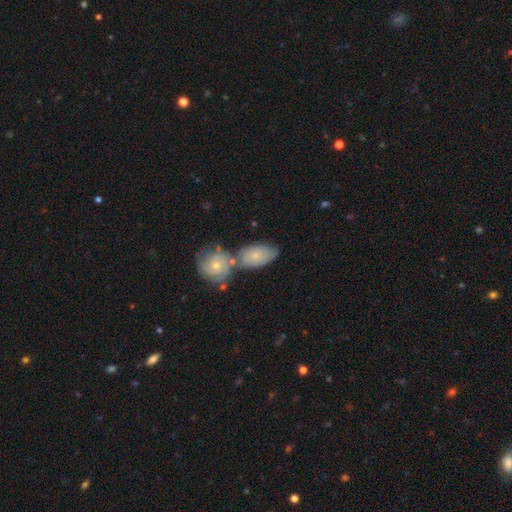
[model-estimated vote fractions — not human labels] Q: Smooth or featured?
A: smooth (55%); runner-up: featured or disk (38%)
Q: How rounded?
A: in between (87%); runner-up: round (10%)
Q: Merging?
A: none (41%); runner-up: merger (39%)